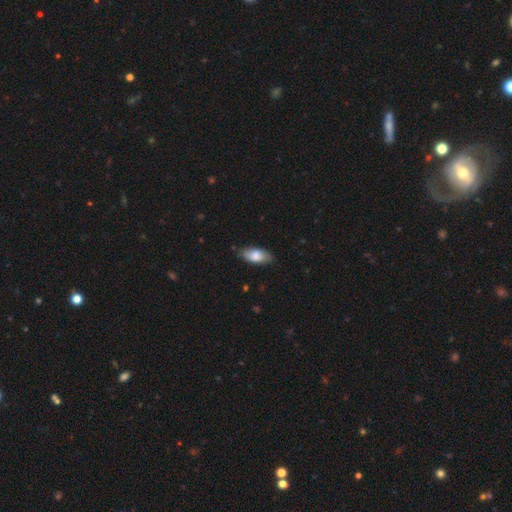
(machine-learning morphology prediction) type=smooth (78%); roundness=in between (86%); merging=none (82%).